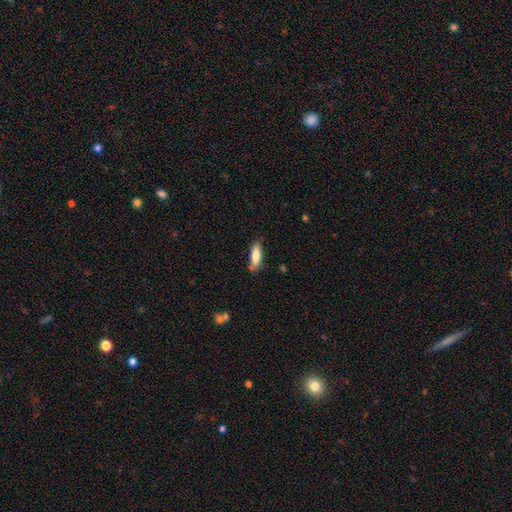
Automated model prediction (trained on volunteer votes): A smooth galaxy with no disk features (77%) that is in between round and cigar-shaped (53%).

Vote fractions:
- Smooth or featured? smooth: 77% / featured or disk: 16% / star or artifact: 6%
- How rounded? in between: 53% / cigar-shaped: 45% / round: 2%
- Merging? none: 73% / minor disturbance: 20% / major disturbance: 4% / merger: 3%